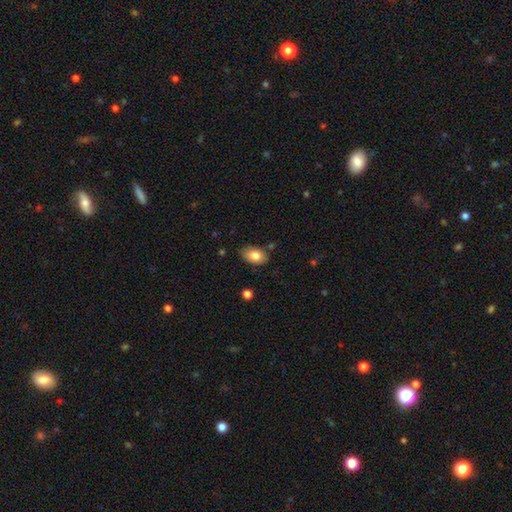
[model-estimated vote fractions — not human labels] Morphology: type=smooth (83%); roundness=in between (87%); merging=none (77%).